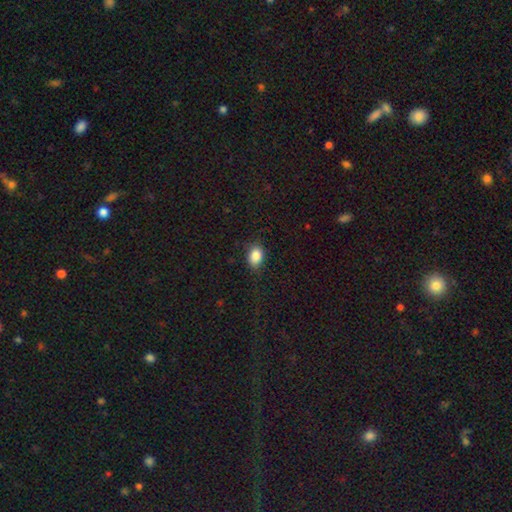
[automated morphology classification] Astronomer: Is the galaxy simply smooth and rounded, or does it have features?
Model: smooth — 87%.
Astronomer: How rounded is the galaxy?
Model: in between — 77%.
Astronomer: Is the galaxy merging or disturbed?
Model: none — 78%.